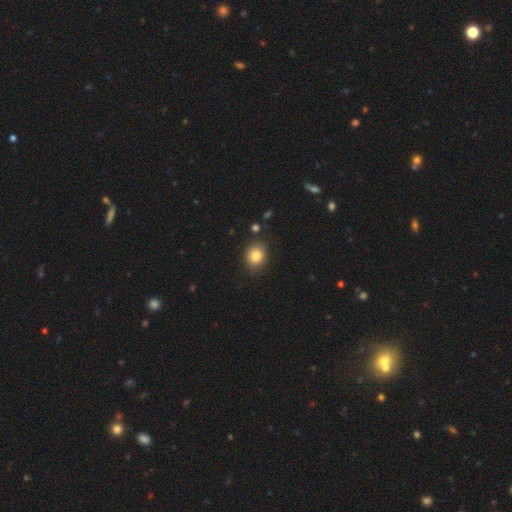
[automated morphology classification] Smooth or featured?
  - smooth: 82% *
  - star or artifact: 10%
  - featured or disk: 8%
How rounded?
  - round: 72% *
  - in between: 27%
  - cigar-shaped: 1%
Merging?
  - none: 85% *
  - minor disturbance: 10%
  - major disturbance: 3%
  - merger: 2%